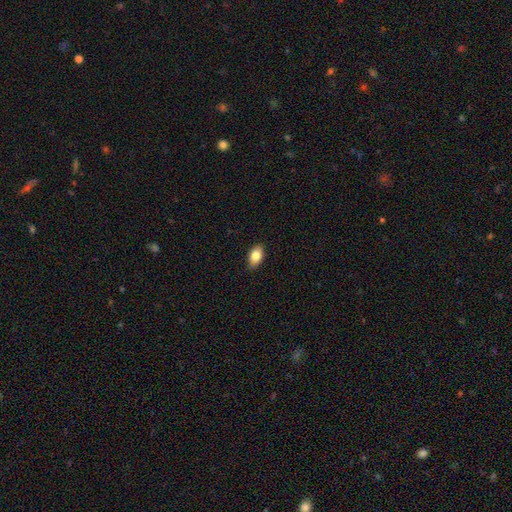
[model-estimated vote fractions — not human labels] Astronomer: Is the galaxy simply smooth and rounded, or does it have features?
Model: smooth — 84%.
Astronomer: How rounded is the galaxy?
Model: in between — 91%.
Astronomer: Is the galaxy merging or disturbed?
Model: none — 87%.